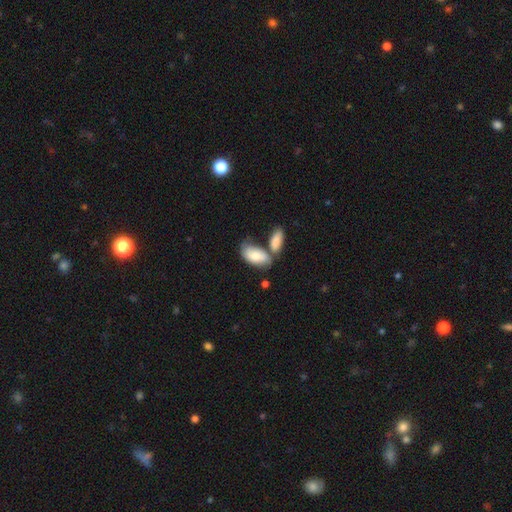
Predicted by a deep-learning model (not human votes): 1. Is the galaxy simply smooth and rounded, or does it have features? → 76% smooth, 19% featured or disk, 6% star or artifact.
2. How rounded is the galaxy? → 93% in between, 4% cigar-shaped, 3% round.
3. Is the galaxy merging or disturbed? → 44% merger, 33% none, 16% minor disturbance, 7% major disturbance.